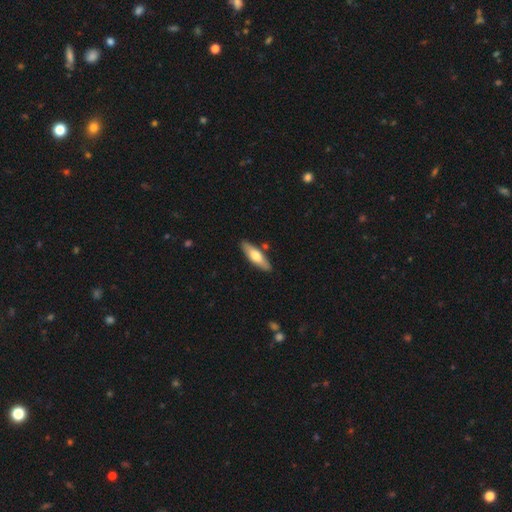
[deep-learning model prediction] Overall: smooth (60%; featured or disk 35%). How rounded: cigar-shaped (55%; in between 44%). Merging: none (84%).